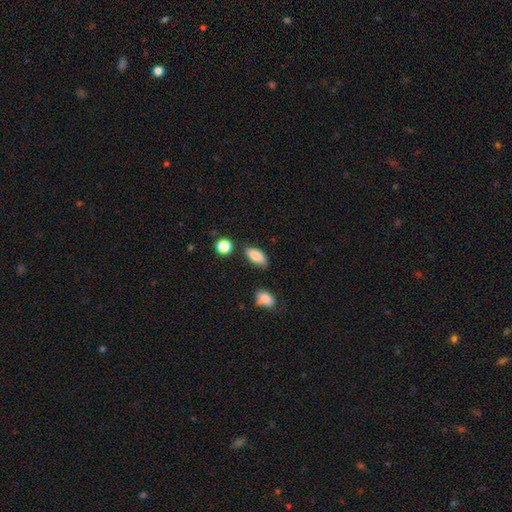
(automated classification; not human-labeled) Q: Smooth or featured?
A: smooth (85%); runner-up: star or artifact (8%)
Q: How rounded?
A: in between (87%); runner-up: cigar-shaped (10%)
Q: Merging?
A: none (79%); runner-up: minor disturbance (15%)